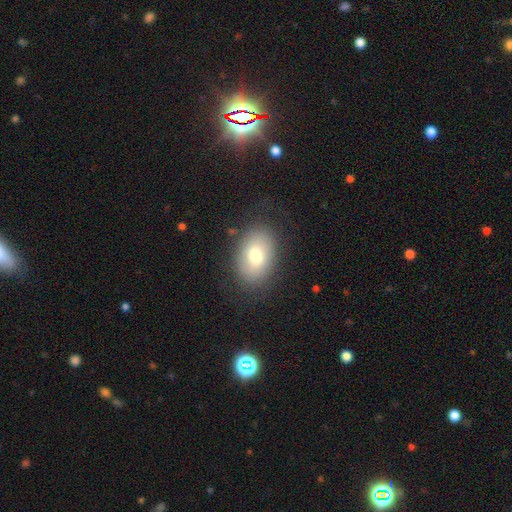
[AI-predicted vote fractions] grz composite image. It shows a smooth galaxy with no disk features (72%) that is in between round and cigar-shaped (82%). Merging: none (80%).